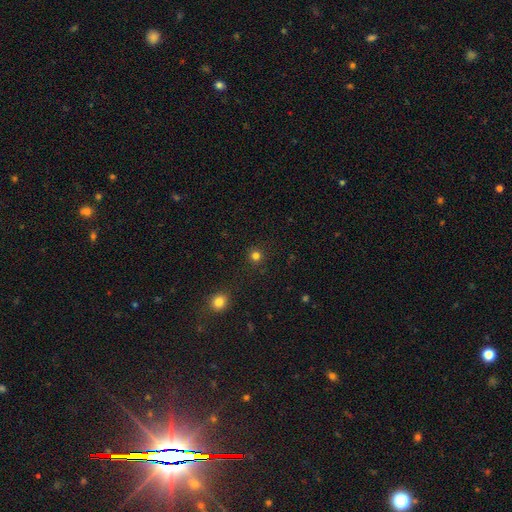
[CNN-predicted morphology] A smooth galaxy with no disk features (79%) that is round (94%).

Vote fractions:
- Smooth or featured? smooth: 79% / star or artifact: 16% / featured or disk: 4%
- How rounded? round: 94% / in between: 5% / cigar-shaped: 1%
- Merging? none: 91% / minor disturbance: 6% / major disturbance: 2% / merger: 2%